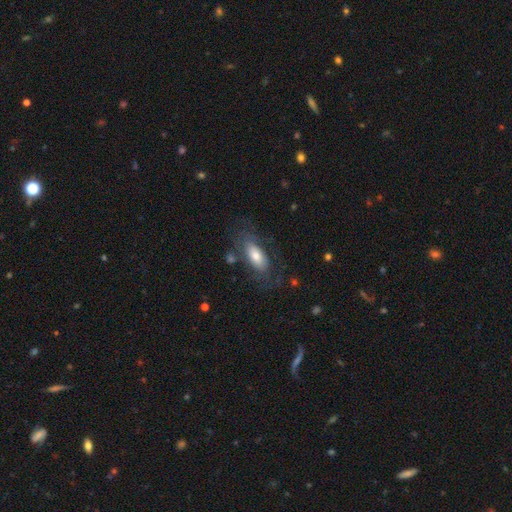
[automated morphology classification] This appears to be a smooth galaxy with no disk features (53%) that is in between round and cigar-shaped (83%). Merging: none (65%).